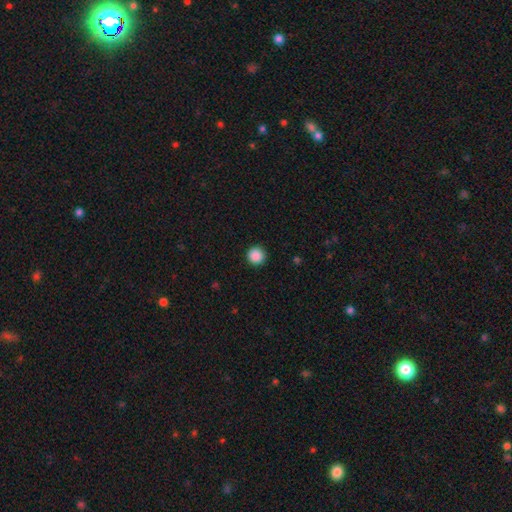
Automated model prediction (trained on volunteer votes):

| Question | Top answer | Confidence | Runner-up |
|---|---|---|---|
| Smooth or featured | smooth | 88% | star or artifact (9%) |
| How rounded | round | 96% | in between (3%) |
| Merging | none | 93% | minor disturbance (4%) |